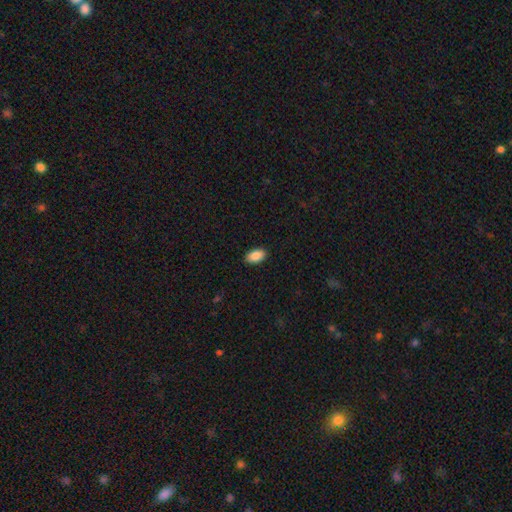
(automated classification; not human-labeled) Morphology: type=smooth (89%); roundness=in between (94%); merging=none (89%).